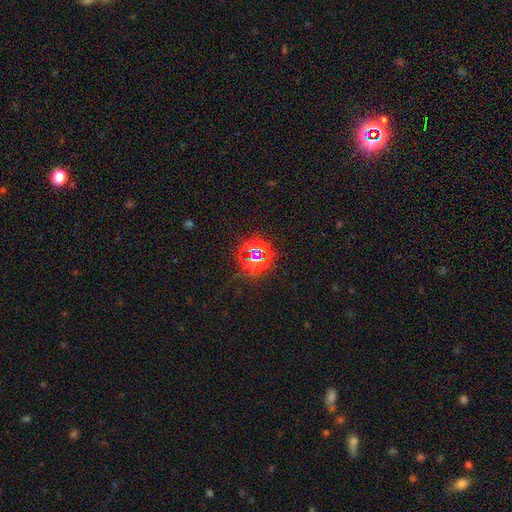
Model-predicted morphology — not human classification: smooth_or_featured: star or artifact (p=0.76) [alt: smooth p=0.14]